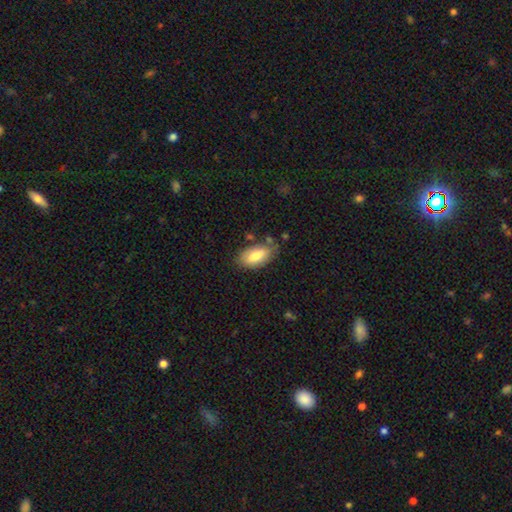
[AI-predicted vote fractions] Q: Smooth or featured?
A: smooth (77%); runner-up: featured or disk (17%)
Q: How rounded?
A: in between (92%); runner-up: cigar-shaped (5%)
Q: Merging?
A: none (72%); runner-up: minor disturbance (20%)